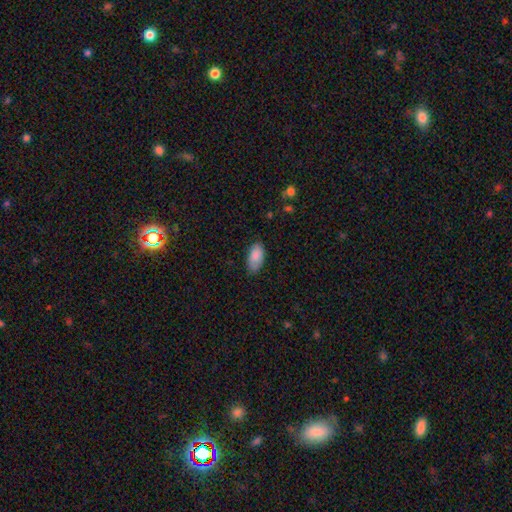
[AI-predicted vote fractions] A smooth galaxy with no disk features (85%) that is in between round and cigar-shaped (94%). Merging: none (77%).